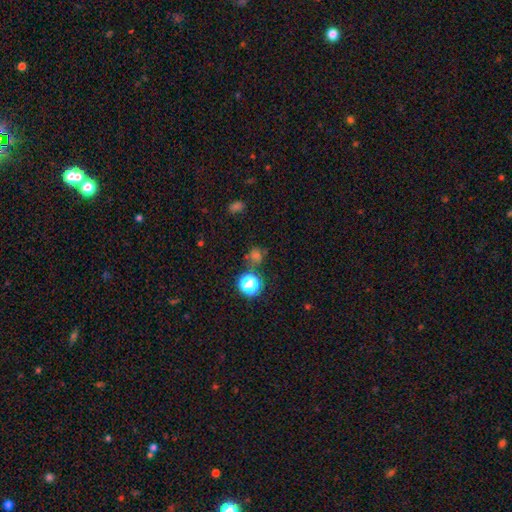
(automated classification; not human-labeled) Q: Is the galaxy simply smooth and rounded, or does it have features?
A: smooth — 48%.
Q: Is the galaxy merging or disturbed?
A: none — 70%.